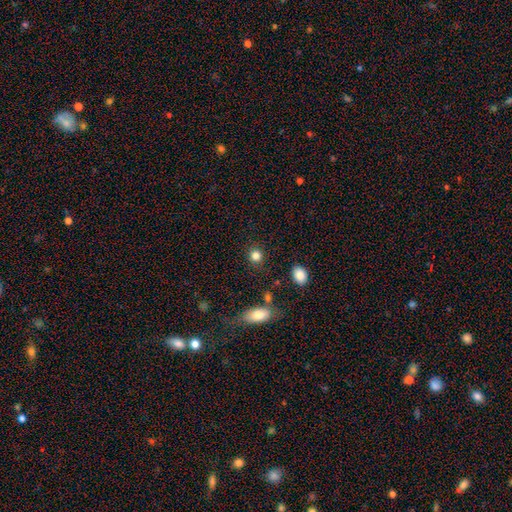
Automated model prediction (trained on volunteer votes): This is clearly a smooth galaxy (84%). How rounded: clearly round (84%). Merging: clearly none (86%).